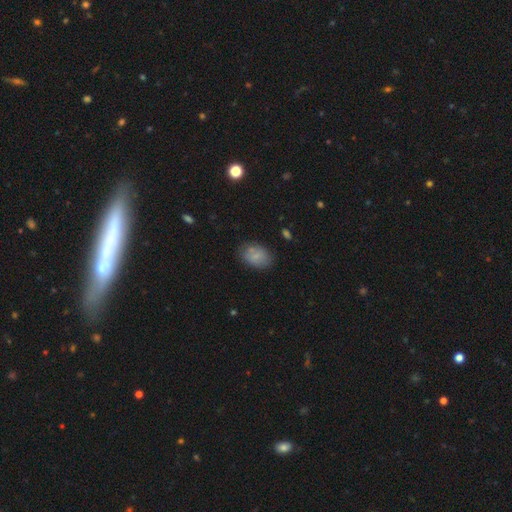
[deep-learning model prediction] Smooth or featured? smooth (76%)
How rounded? in between (82%)
Merging? none (75%)